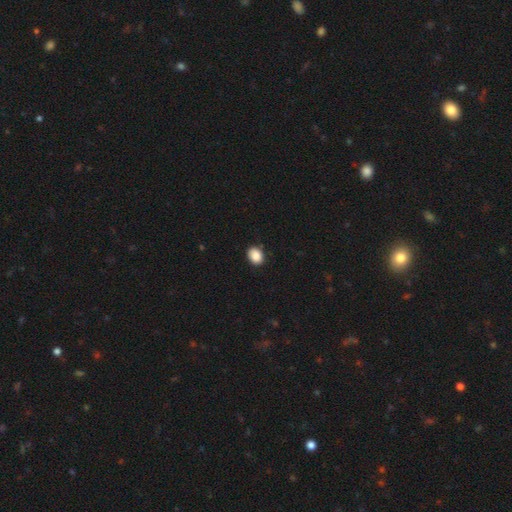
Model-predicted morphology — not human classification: Smooth or featured? Predicted: smooth (p=0.89). How rounded? Predicted: in between (p=0.65). Merging? Predicted: none (p=0.87).